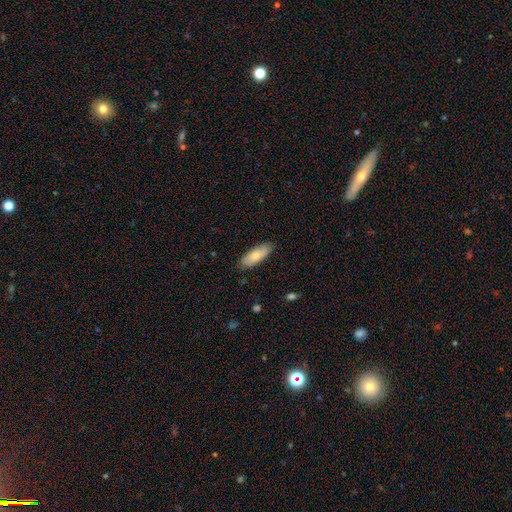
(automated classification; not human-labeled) Smooth or featured? Predicted: smooth (p=0.76). How rounded? Predicted: in between (p=0.77). Merging? Predicted: none (p=0.83).